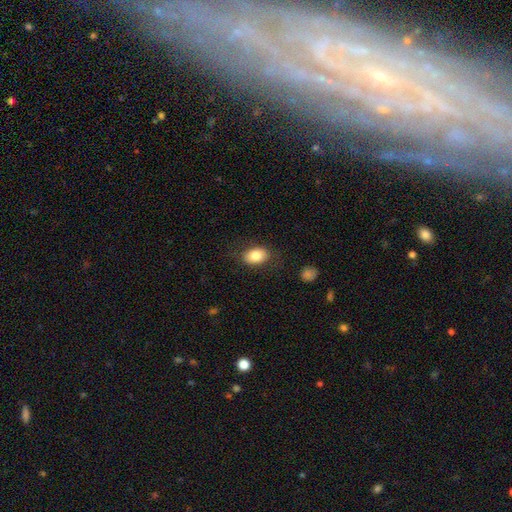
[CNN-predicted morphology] smooth_or_featured: smooth (p=0.83) [alt: featured or disk p=0.10]
how_rounded: in between (p=0.85) [alt: round p=0.14]
merging: none (p=0.79) [alt: minor disturbance p=0.14]